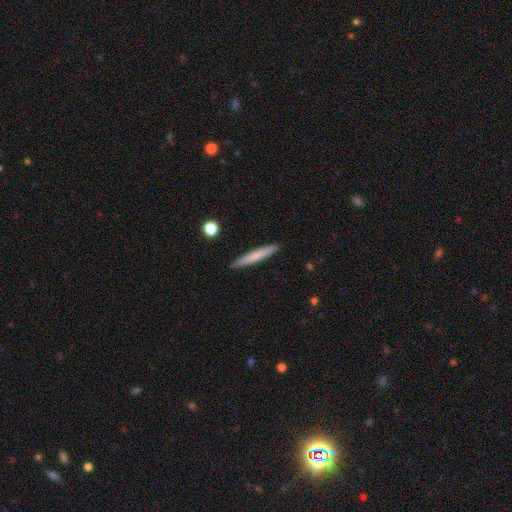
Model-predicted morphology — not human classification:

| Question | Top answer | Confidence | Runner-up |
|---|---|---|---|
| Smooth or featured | smooth | 69% | featured or disk (26%) |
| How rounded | cigar-shaped | 96% | in between (3%) |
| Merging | none | 91% | minor disturbance (6%) |